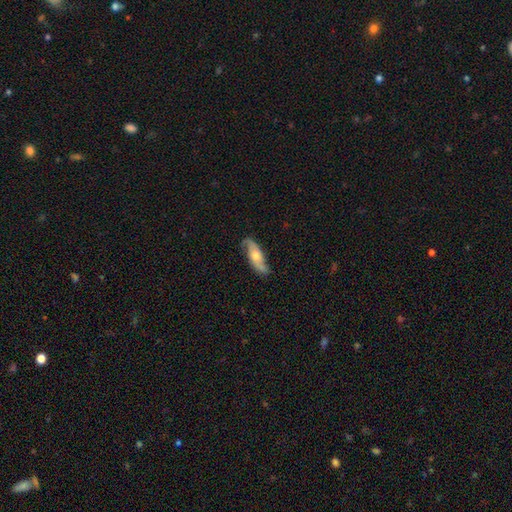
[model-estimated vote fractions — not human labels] Smooth or featured? Predicted: featured or disk (p=0.71). Edge-on disk? Predicted: no (p=0.82). Bar? Predicted: no (p=0.67). Spiral arms? Predicted: yes (p=0.91). Spiral winding? Predicted: loose (p=0.48). Spiral arm count? Predicted: 2 (p=0.89). Bulge size? Predicted: moderate (p=0.61). Merging? Predicted: none (p=0.79).